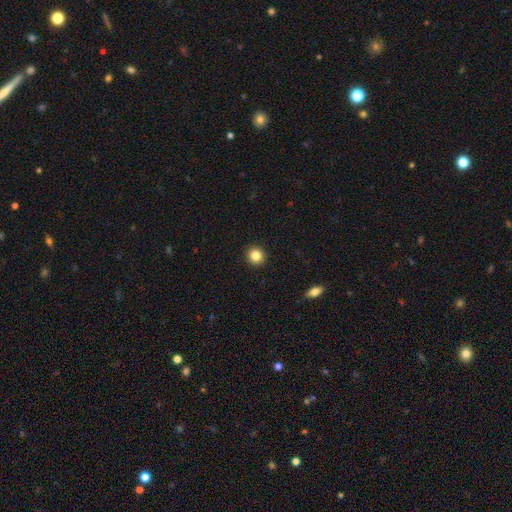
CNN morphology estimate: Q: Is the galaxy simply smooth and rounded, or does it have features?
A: smooth — 84%.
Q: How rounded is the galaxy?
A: round — 92%.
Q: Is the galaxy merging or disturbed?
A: none — 93%.